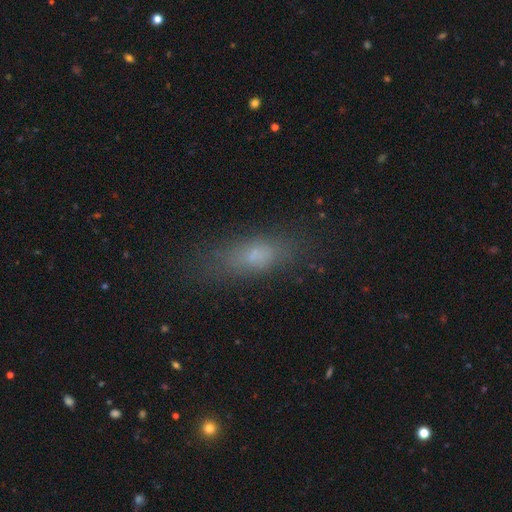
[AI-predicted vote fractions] smooth-or-featured: smooth: 69% | featured or disk: 17% | star or artifact: 14%
  how-rounded: in between: 61% | cigar-shaped: 34% | round: 5%
  merging: none: 77% | minor disturbance: 15% | major disturbance: 6% | merger: 2%